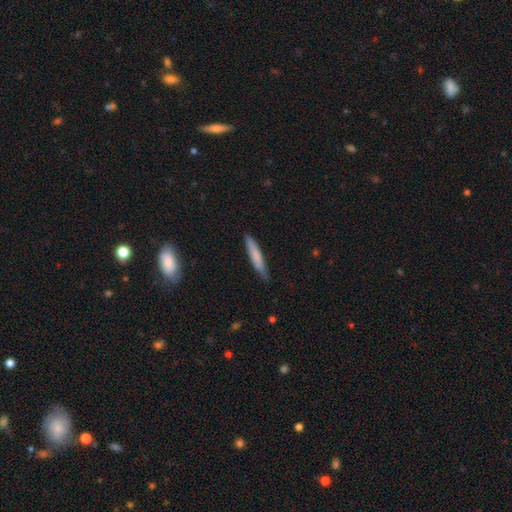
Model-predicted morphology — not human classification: type=smooth (74%); roundness=cigar-shaped (91%); merging=none (82%).